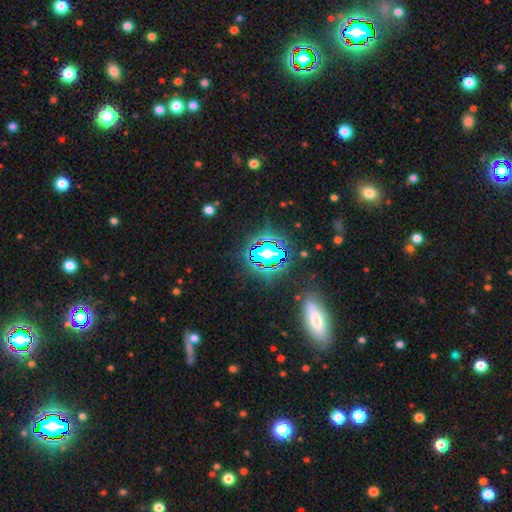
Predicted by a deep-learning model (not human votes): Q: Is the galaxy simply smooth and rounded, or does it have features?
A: star or artifact — 71%.